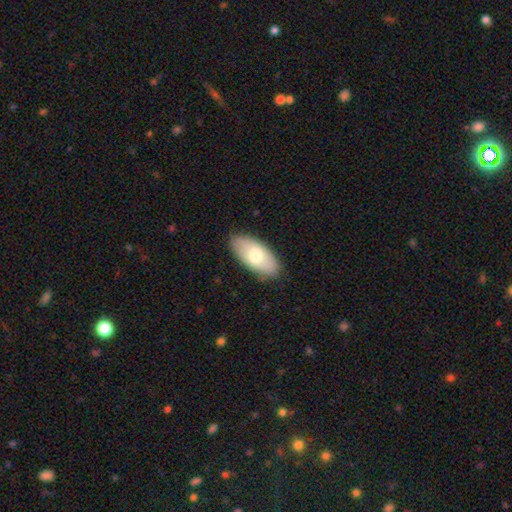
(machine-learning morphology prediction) A smooth galaxy with no disk features (69%) that is in between round and cigar-shaped (92%). Merging: none (86%).